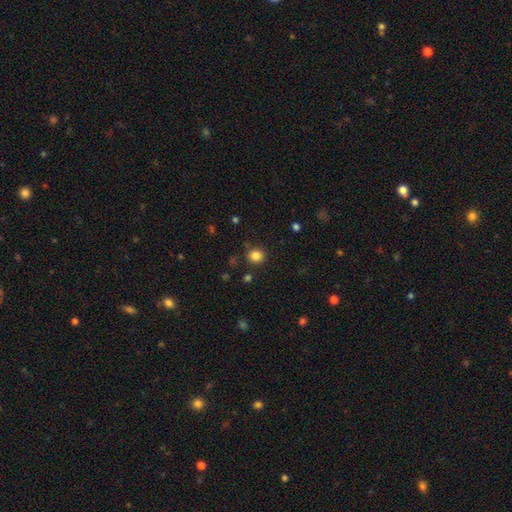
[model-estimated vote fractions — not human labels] Smooth or featured? Predicted: smooth (p=0.84). How rounded? Predicted: round (p=0.90). Merging? Predicted: none (p=0.87).